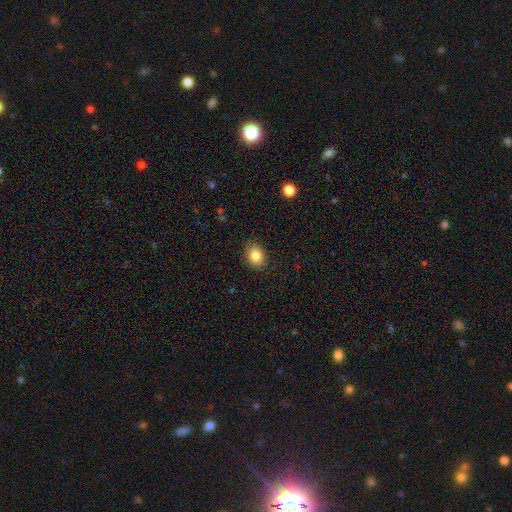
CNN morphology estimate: Smooth or featured?
  - smooth: 83% *
  - star or artifact: 10%
  - featured or disk: 7%
How rounded?
  - in between: 53% *
  - round: 46%
  - cigar-shaped: 1%
Merging?
  - none: 85% *
  - minor disturbance: 11%
  - major disturbance: 2%
  - merger: 1%